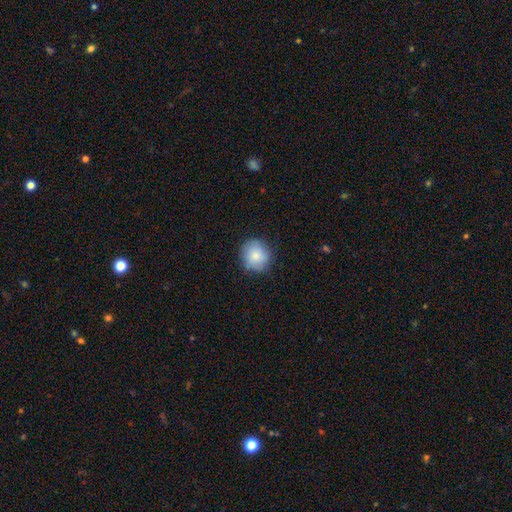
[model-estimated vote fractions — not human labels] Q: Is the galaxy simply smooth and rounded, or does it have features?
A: smooth — 82%.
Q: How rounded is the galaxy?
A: round — 90%.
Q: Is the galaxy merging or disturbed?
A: none — 81%.